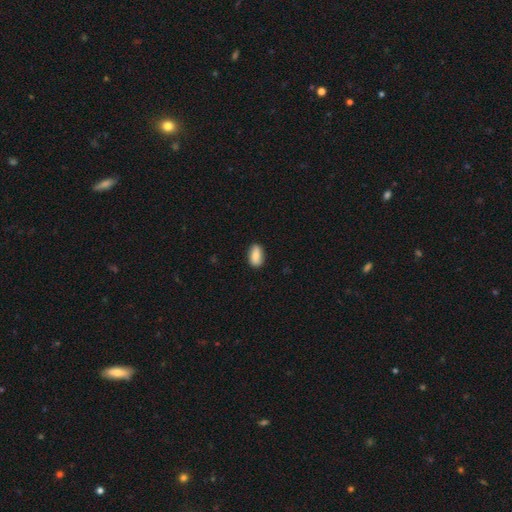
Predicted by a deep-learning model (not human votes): Q: Smooth or featured?
A: smooth (84%); runner-up: featured or disk (9%)
Q: How rounded?
A: in between (91%); runner-up: cigar-shaped (5%)
Q: Merging?
A: none (83%); runner-up: minor disturbance (13%)